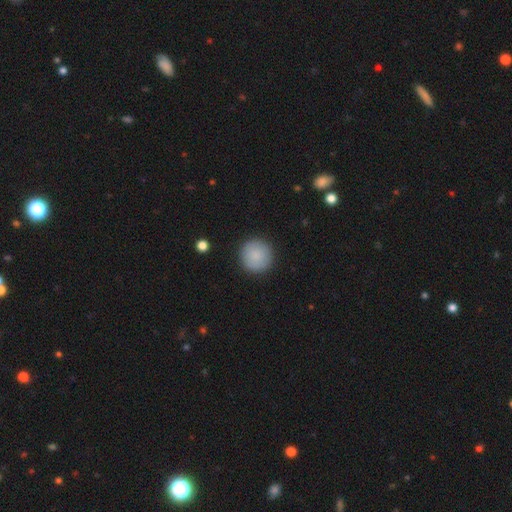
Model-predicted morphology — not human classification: Q: Smooth or featured?
A: smooth (87%); runner-up: featured or disk (7%)
Q: How rounded?
A: round (96%); runner-up: in between (3%)
Q: Merging?
A: none (91%); runner-up: minor disturbance (6%)